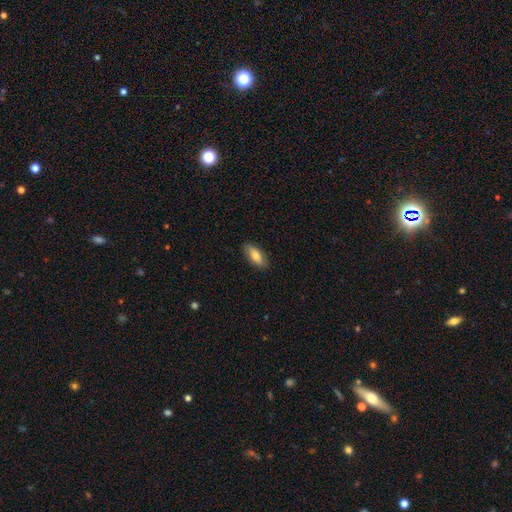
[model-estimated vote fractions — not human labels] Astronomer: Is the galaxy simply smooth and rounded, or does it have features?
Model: smooth — 72%.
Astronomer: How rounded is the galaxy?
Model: in between — 82%.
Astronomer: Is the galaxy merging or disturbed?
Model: none — 86%.